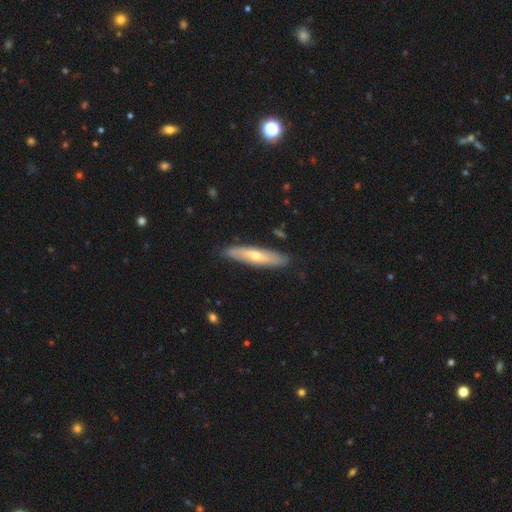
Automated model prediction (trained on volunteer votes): Smooth or featured? featured or disk (48%)
Merging? none (84%)